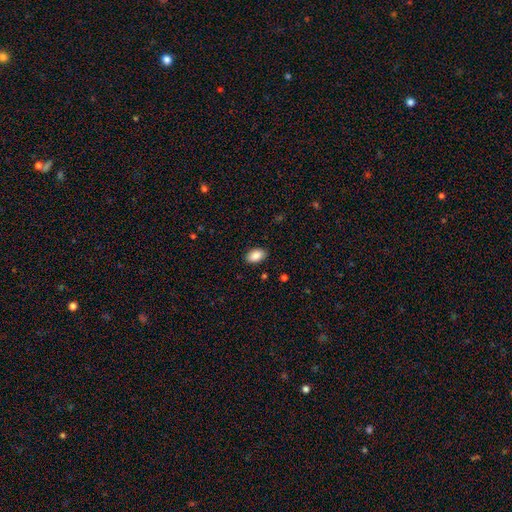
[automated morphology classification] This is clearly a smooth galaxy (89%). How rounded: clearly in between (92%). Merging: clearly none (88%).